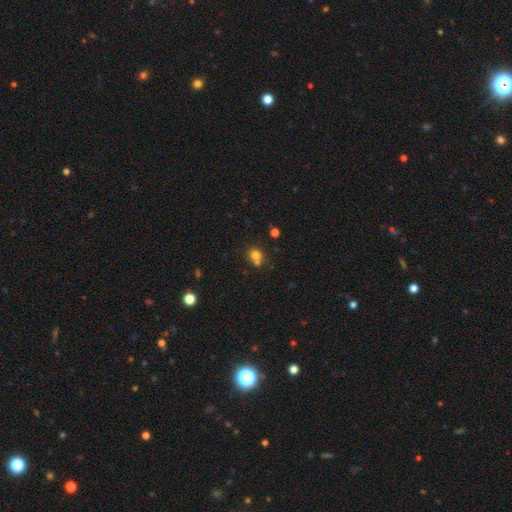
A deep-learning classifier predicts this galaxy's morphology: Overall: smooth (75%). How rounded: round (80%). Merging: none (53%; merger 32%).